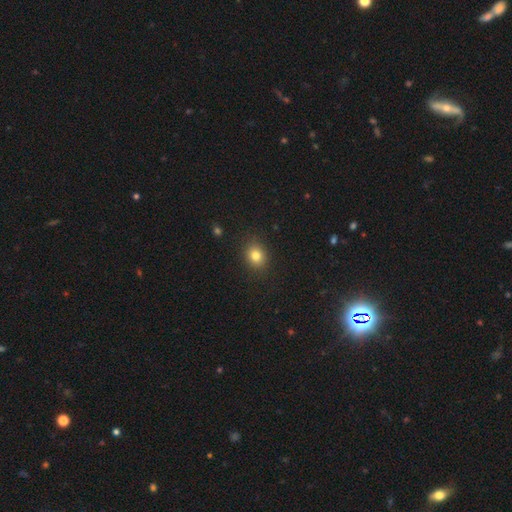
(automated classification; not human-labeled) Smooth or featured: smooth — 81% (star or artifact — 12%)
How rounded: round — 66% (in between — 33%)
Merging: none — 88% (minor disturbance — 8%)